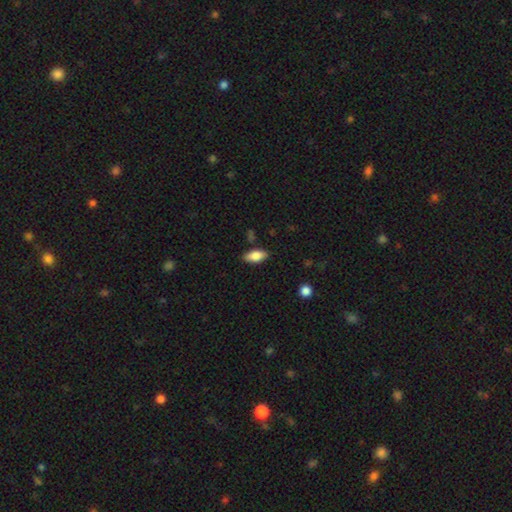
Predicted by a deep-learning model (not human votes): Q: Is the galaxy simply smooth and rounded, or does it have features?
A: smooth — 82%.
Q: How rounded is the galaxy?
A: in between — 88%.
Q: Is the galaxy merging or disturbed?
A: none — 83%.